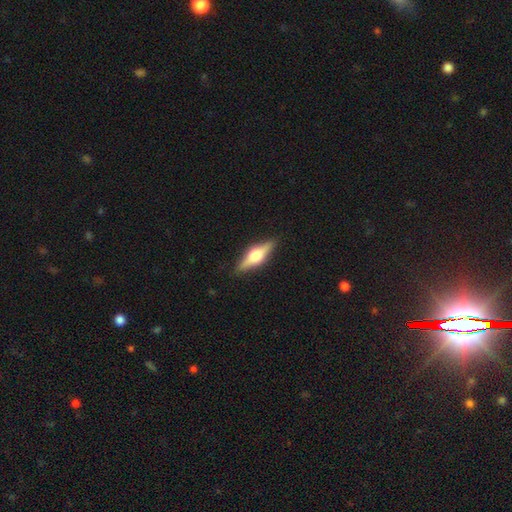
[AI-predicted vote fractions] Morphology: type=featured or disk (67%); edge-on=yes (96%); edge-on bulge=rounded (93%); merging=none (89%).